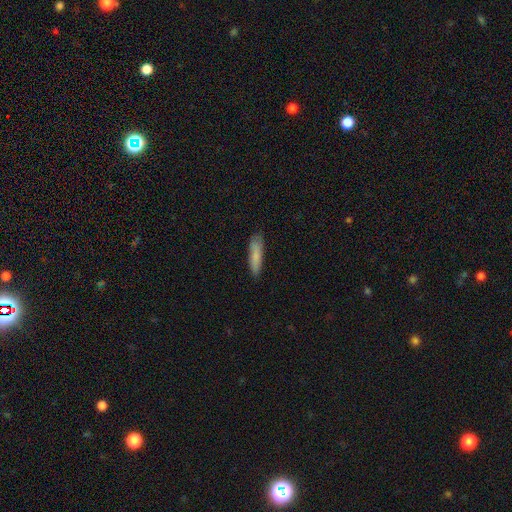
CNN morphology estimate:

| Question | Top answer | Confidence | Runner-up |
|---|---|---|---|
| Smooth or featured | smooth | 80% | featured or disk (14%) |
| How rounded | cigar-shaped | 74% | in between (24%) |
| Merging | none | 79% | minor disturbance (17%) |